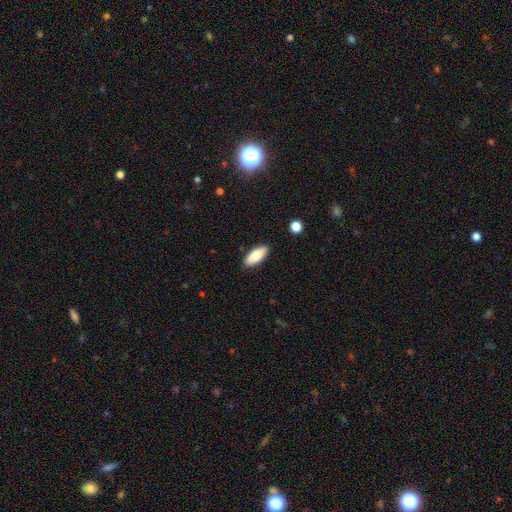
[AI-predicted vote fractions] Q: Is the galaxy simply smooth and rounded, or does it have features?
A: smooth — 85%.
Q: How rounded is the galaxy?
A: in between — 81%.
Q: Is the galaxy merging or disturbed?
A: none — 88%.